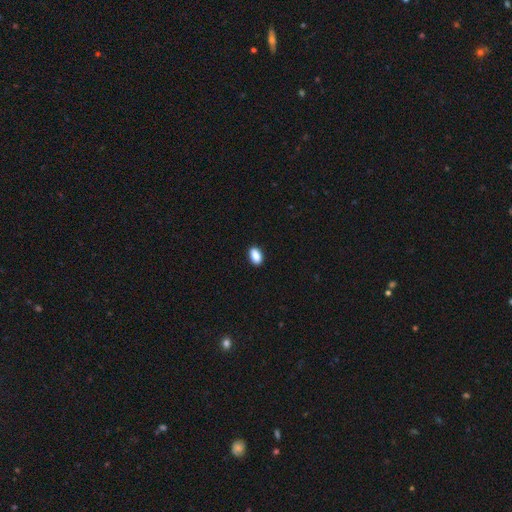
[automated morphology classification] smooth 89%, star or artifact 7%, featured or disk 4%. Down the decision tree: how rounded — in between (91%); merging — none (89%).